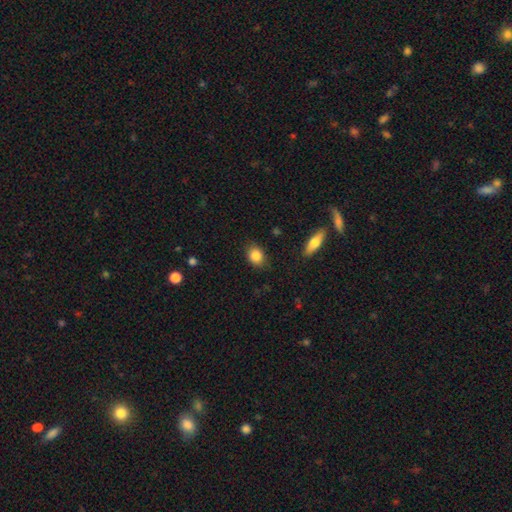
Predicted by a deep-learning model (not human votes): This is clearly a smooth galaxy (86%). How rounded: possibly in between (57%). Merging: clearly none (85%).